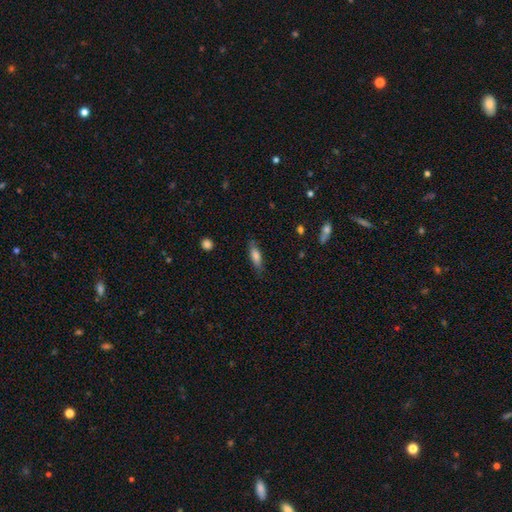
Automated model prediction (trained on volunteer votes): Overall: smooth (73%). How rounded: cigar-shaped (51%; in between 47%). Merging: none (80%).